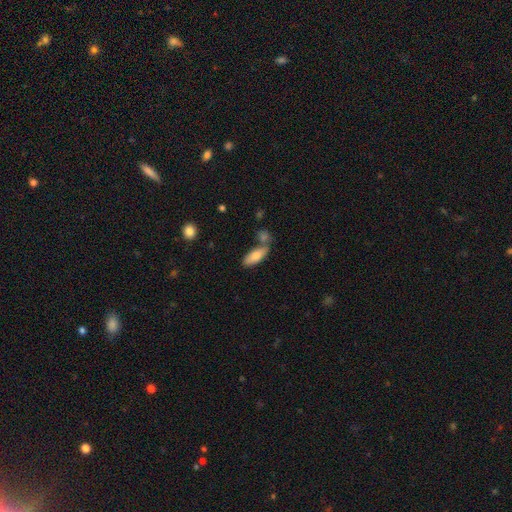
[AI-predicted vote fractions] A smooth galaxy with no disk features (77%) that is in between round and cigar-shaped (71%).

Vote fractions:
- Smooth or featured? smooth: 77% / featured or disk: 16% / star or artifact: 6%
- How rounded? in between: 71% / cigar-shaped: 27% / round: 2%
- Merging? none: 59% / merger: 22% / minor disturbance: 15% / major disturbance: 4%